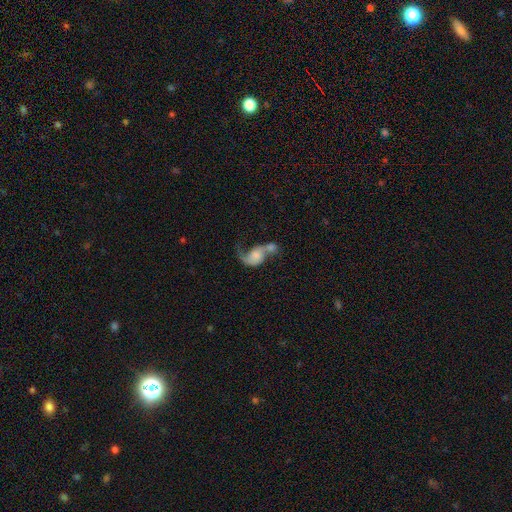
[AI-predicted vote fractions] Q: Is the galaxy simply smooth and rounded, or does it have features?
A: featured or disk — 57%.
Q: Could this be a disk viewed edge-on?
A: no — 96%.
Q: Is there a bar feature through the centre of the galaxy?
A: no — 72%.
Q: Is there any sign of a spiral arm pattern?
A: yes — 79%.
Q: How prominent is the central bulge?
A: none — 33%.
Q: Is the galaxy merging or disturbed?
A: merger — 63%.